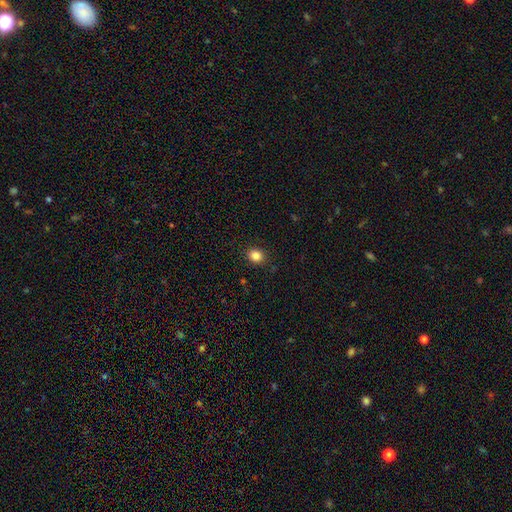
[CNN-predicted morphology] Smooth or featured?
  - smooth: 85% *
  - star or artifact: 11%
  - featured or disk: 4%
How rounded?
  - round: 67% *
  - in between: 32%
  - cigar-shaped: 1%
Merging?
  - none: 90% *
  - minor disturbance: 7%
  - major disturbance: 2%
  - merger: 1%